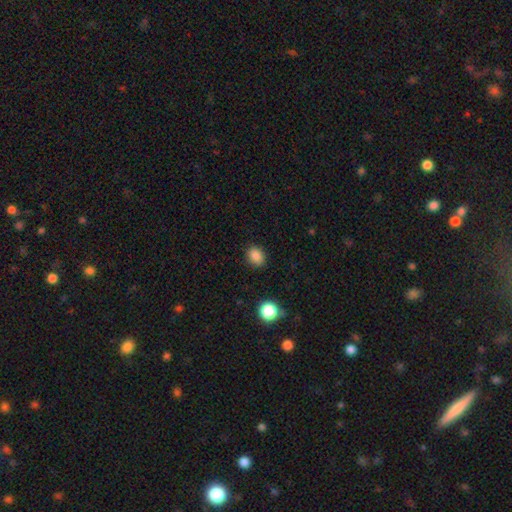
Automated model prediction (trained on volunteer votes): A smooth galaxy with no disk features (86%) that is in between round and cigar-shaped (51%).

Vote fractions:
- Smooth or featured? smooth: 86% / star or artifact: 11% / featured or disk: 3%
- How rounded? in between: 51% / round: 48% / cigar-shaped: 1%
- Merging? none: 87% / minor disturbance: 9% / major disturbance: 3% / merger: 1%